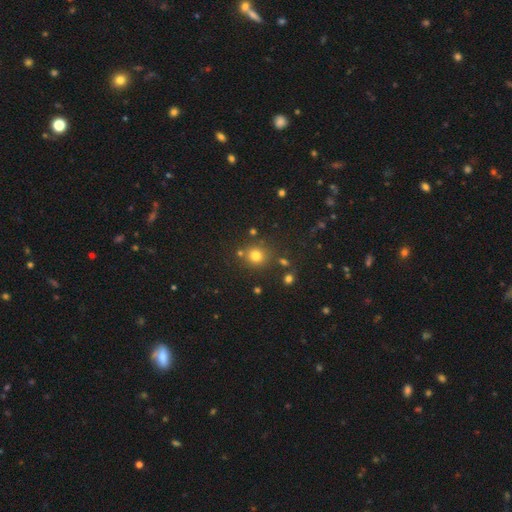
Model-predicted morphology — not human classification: A smooth galaxy with no disk features (77%) that is round (89%).

Vote fractions:
- Smooth or featured? smooth: 77% / star or artifact: 17% / featured or disk: 7%
- How rounded? round: 89% / in between: 10% / cigar-shaped: 1%
- Merging? none: 80% / minor disturbance: 9% / merger: 8% / major disturbance: 4%